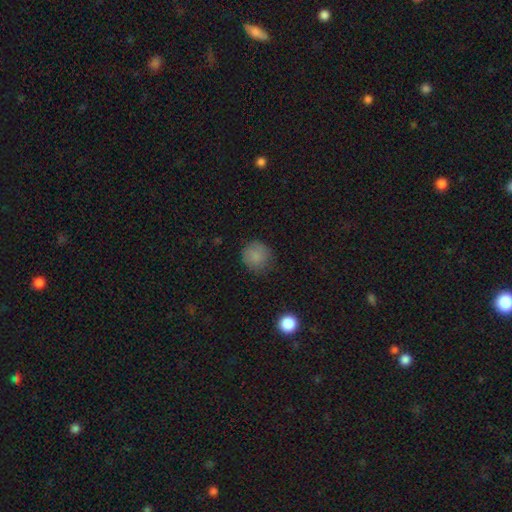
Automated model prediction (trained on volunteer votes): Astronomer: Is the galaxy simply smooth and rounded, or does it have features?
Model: smooth — 84%.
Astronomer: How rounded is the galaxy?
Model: round — 91%.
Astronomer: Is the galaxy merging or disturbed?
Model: none — 79%.